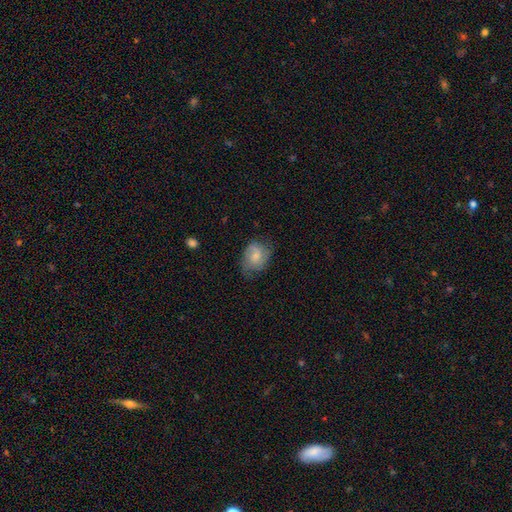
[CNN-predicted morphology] This is likely a smooth galaxy (64%). How rounded: possibly in between (55%). Merging: possibly none (56%).